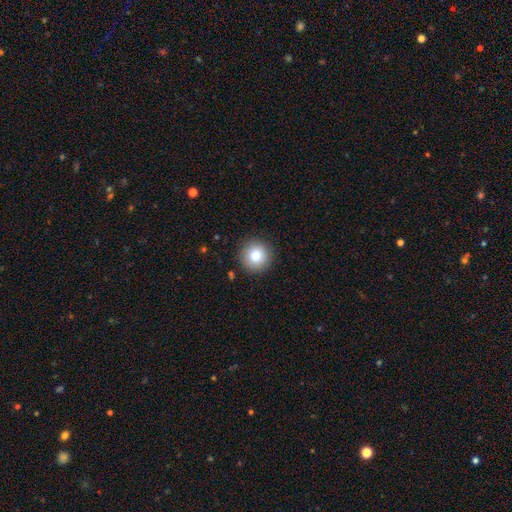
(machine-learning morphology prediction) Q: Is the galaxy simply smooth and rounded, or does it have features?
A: smooth — 77%.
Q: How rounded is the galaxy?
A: round — 96%.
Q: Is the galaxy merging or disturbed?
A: none — 91%.